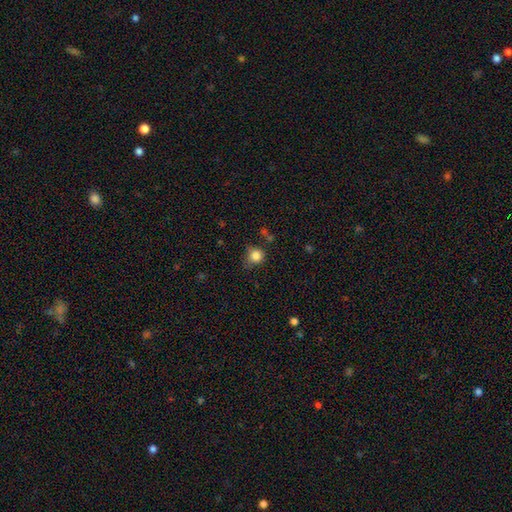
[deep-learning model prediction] Q: Smooth or featured?
A: smooth (83%); runner-up: star or artifact (11%)
Q: How rounded?
A: round (85%); runner-up: in between (14%)
Q: Merging?
A: none (64%); runner-up: minor disturbance (25%)